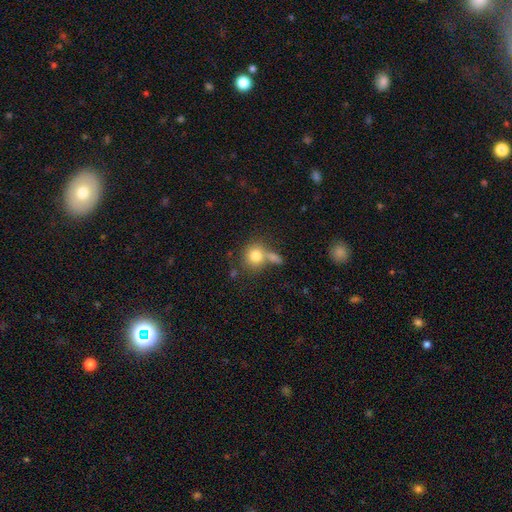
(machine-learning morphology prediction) smooth 79%, featured or disk 11%, star or artifact 10%. Down the decision tree: how rounded — round (81%); merging — none (51%).